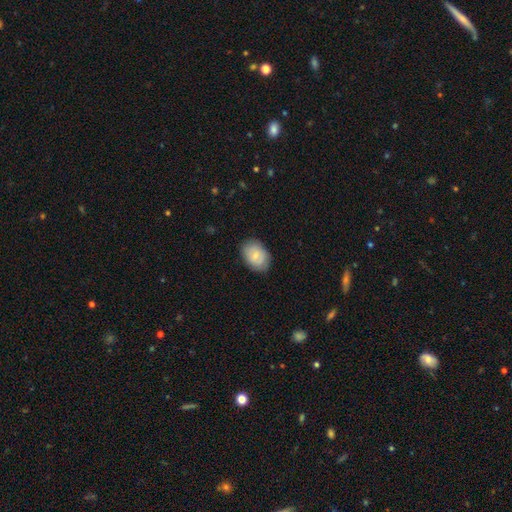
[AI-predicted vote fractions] Smooth or featured?
  - smooth: 74% *
  - featured or disk: 19%
  - star or artifact: 6%
How rounded?
  - in between: 79% *
  - round: 20%
  - cigar-shaped: 1%
Merging?
  - none: 83% *
  - minor disturbance: 13%
  - major disturbance: 3%
  - merger: 1%